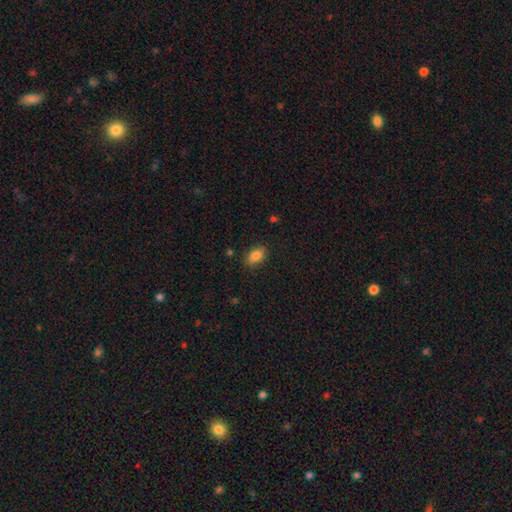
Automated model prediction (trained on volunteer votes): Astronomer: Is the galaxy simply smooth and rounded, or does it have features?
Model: smooth — 85%.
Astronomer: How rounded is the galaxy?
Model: in between — 89%.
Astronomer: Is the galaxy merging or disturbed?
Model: none — 84%.